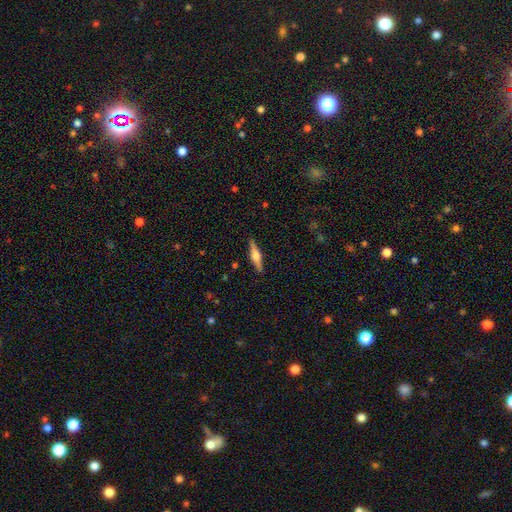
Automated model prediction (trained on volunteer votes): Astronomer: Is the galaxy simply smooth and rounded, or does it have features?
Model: featured or disk — 60%.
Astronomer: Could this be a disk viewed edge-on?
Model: yes — 97%.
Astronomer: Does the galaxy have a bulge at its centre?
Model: rounded — 83%.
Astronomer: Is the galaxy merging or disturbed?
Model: none — 89%.